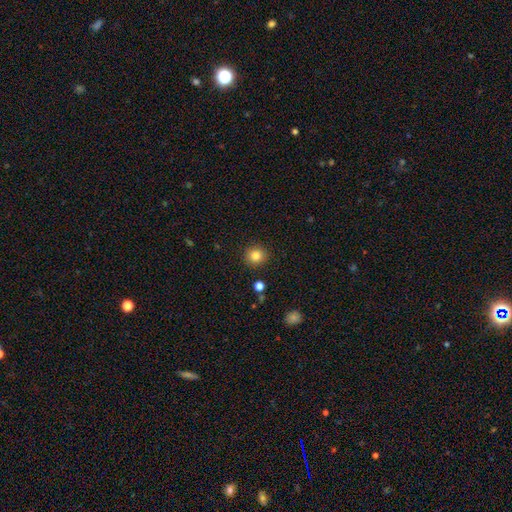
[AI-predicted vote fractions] This is clearly a smooth galaxy (83%). How rounded: clearly round (92%). Merging: clearly none (91%).